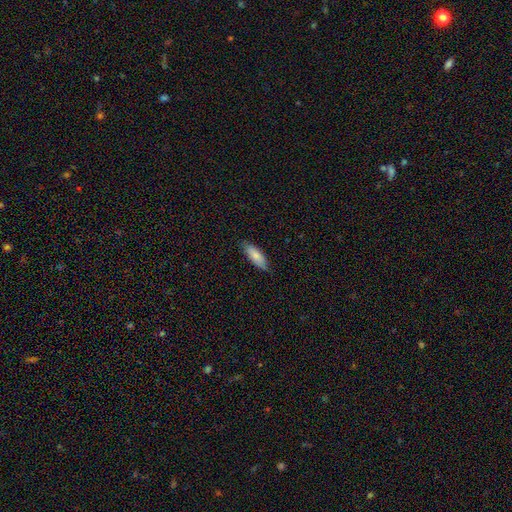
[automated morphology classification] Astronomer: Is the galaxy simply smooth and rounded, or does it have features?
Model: smooth — 80%.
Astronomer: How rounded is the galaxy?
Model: in between — 62%.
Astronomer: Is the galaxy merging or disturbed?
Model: none — 81%.